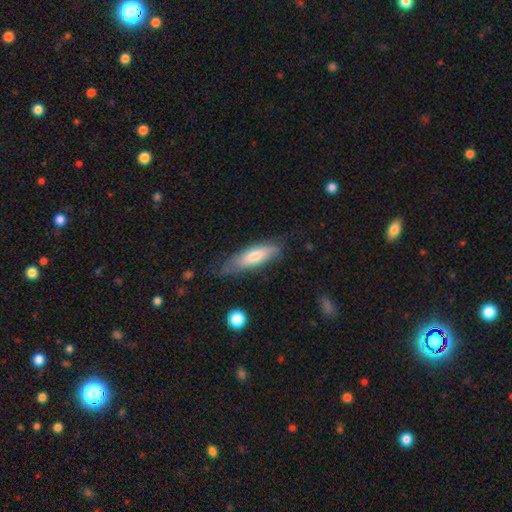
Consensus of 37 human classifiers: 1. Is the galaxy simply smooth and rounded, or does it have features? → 68% smooth, 32% featured or disk, 0% star or artifact.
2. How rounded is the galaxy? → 52% cigar-shaped, 44% in between, 4% round.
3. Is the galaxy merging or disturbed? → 57% none, 35% minor disturbance, 8% major disturbance, 0% merger.